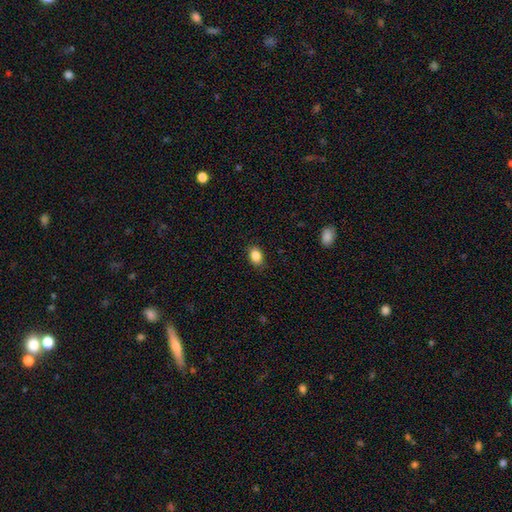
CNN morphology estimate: Smooth or featured: smooth — 87% (star or artifact — 9%)
How rounded: in between — 77% (round — 21%)
Merging: none — 87% (minor disturbance — 10%)